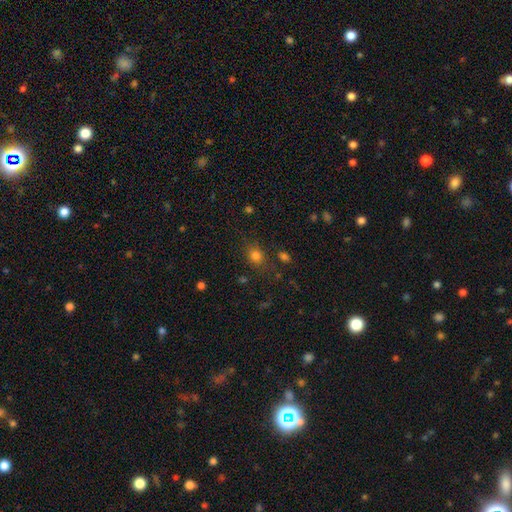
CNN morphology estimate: Smooth or featured? smooth (77%)
How rounded? round (61%)
Merging? none (76%)